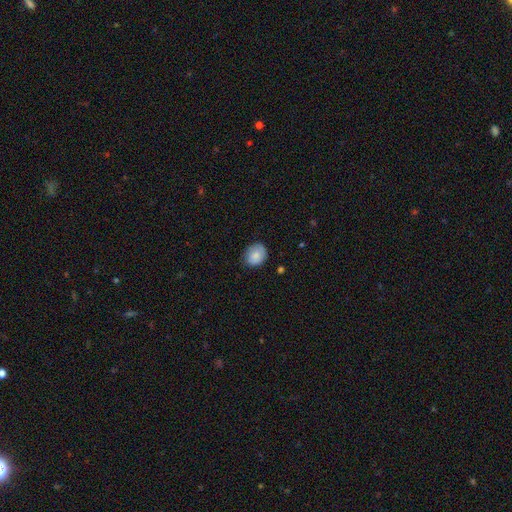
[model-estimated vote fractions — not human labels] This appears to be a smooth galaxy with no disk features (83%) that is round (58%). Merging: none (76%).